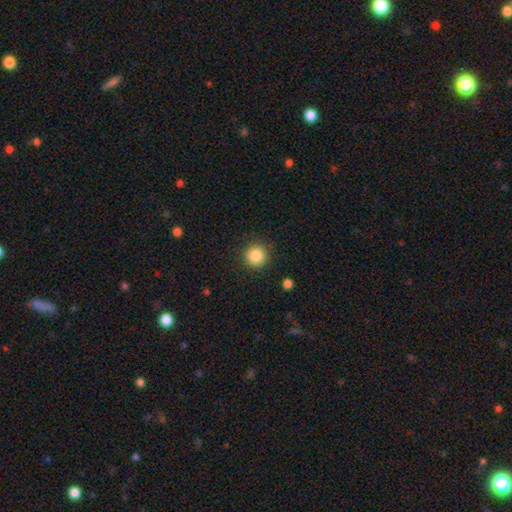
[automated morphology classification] A smooth galaxy with no disk features (86%) that is round (95%). Merging: none (90%).